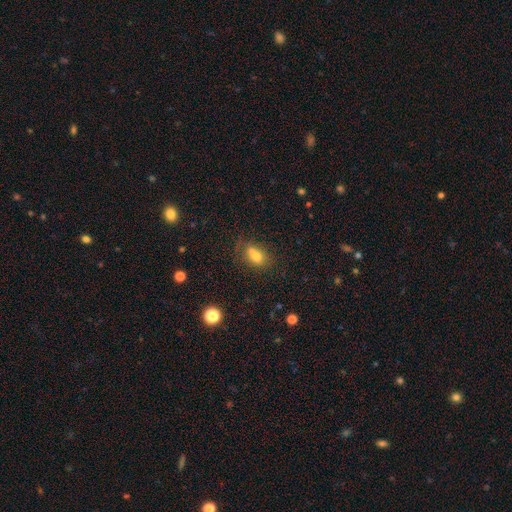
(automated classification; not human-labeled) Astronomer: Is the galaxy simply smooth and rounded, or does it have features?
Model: smooth — 73%.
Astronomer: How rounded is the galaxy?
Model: in between — 75%.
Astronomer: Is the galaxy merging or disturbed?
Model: none — 49% (runner-up: merger, 25%).